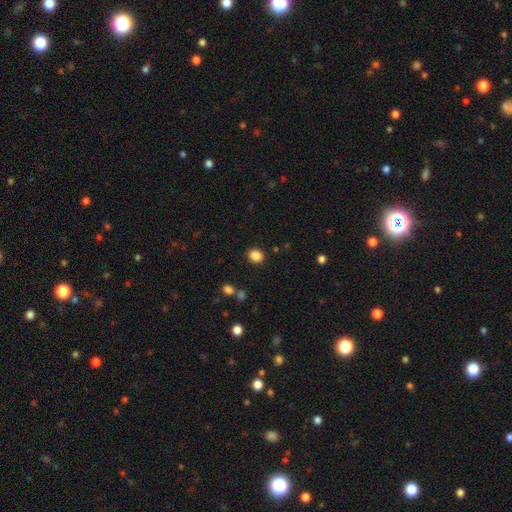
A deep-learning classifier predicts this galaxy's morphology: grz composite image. It shows a smooth galaxy with no disk features (86%) that is round (59%). Merging: none (88%).